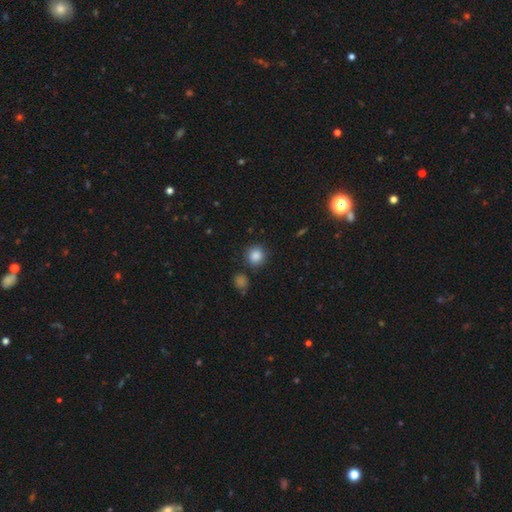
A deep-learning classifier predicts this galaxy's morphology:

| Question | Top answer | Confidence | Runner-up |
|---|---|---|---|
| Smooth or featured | smooth | 86% | star or artifact (10%) |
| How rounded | round | 91% | in between (8%) |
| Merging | none | 84% | minor disturbance (9%) |